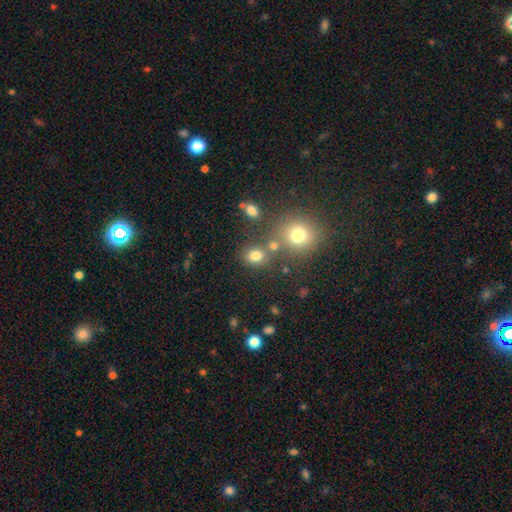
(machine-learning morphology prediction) Smooth or featured? Predicted: smooth (p=0.76). How rounded? Predicted: round (p=0.57). Merging? Predicted: none (p=0.63).